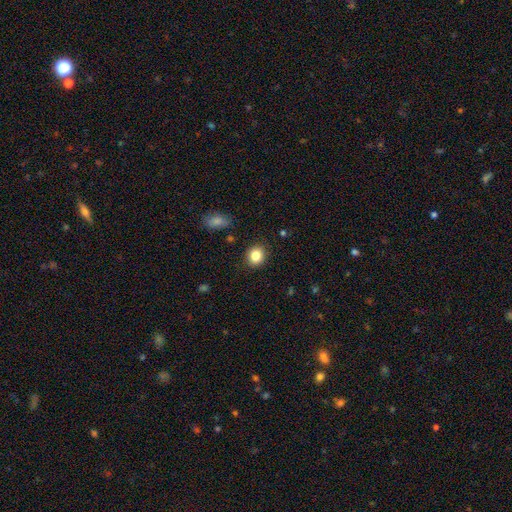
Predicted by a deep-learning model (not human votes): smooth-or-featured: smooth: 84% | star or artifact: 10% | featured or disk: 6%
  how-rounded: round: 75% | in between: 24% | cigar-shaped: 1%
  merging: none: 90% | minor disturbance: 7% | major disturbance: 2% | merger: 1%